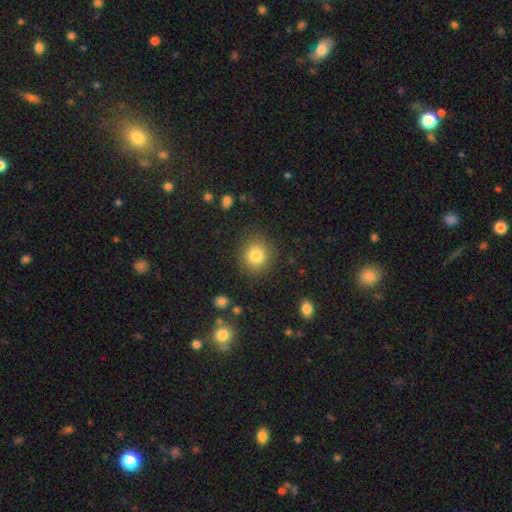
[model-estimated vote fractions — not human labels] A smooth galaxy with no disk features (82%) that is round (89%).

Vote fractions:
- Smooth or featured? smooth: 82% / star or artifact: 11% / featured or disk: 7%
- How rounded? round: 89% / in between: 11% / cigar-shaped: 1%
- Merging? none: 87% / minor disturbance: 8% / major disturbance: 3% / merger: 1%